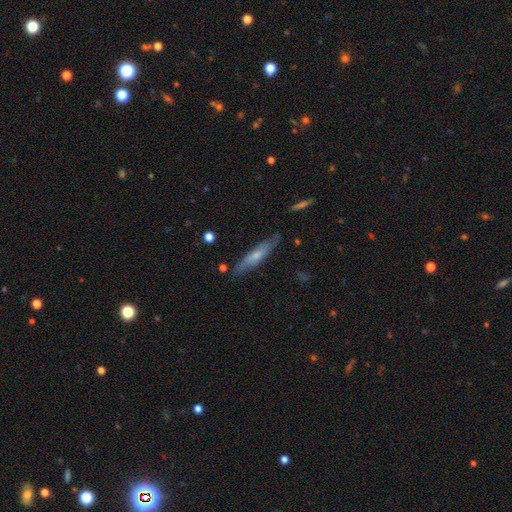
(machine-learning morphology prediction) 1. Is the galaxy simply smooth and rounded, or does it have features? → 50% smooth, 44% featured or disk, 6% star or artifact.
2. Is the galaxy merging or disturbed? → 81% none, 14% minor disturbance, 3% major disturbance, 2% merger.